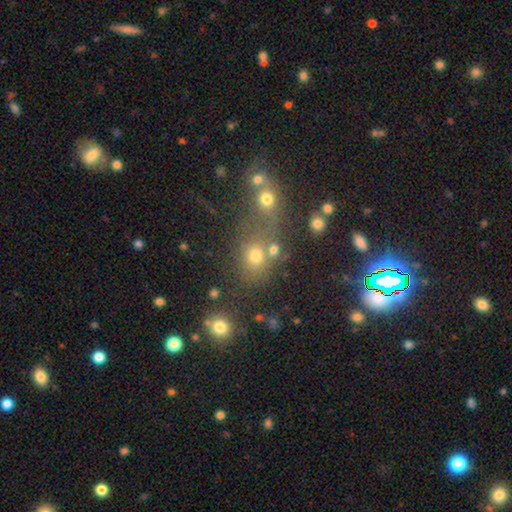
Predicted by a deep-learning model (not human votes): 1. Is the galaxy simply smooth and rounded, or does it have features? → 67% smooth, 22% star or artifact, 11% featured or disk.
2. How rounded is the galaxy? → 63% round, 35% in between, 2% cigar-shaped.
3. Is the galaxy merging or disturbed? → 50% none, 32% merger, 11% minor disturbance, 7% major disturbance.